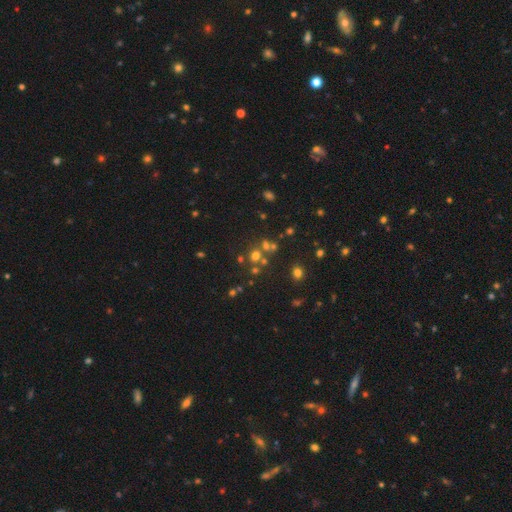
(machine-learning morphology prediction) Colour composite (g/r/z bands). It shows a smooth galaxy with no disk features (53%) that is round (82%). Merging: none (59%).